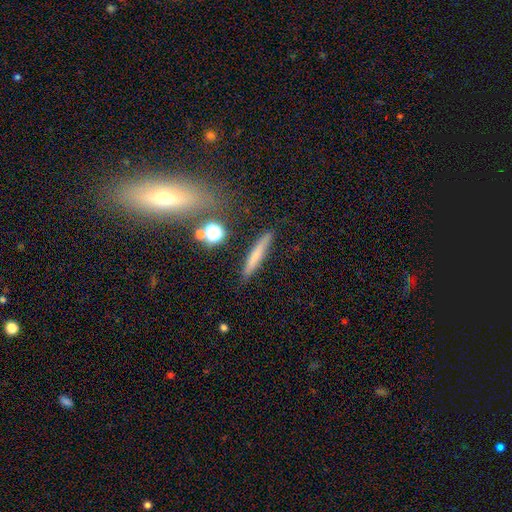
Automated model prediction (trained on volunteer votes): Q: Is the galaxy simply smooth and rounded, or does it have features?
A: smooth — 63%.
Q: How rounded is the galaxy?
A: cigar-shaped — 92%.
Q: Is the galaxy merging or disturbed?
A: none — 86%.